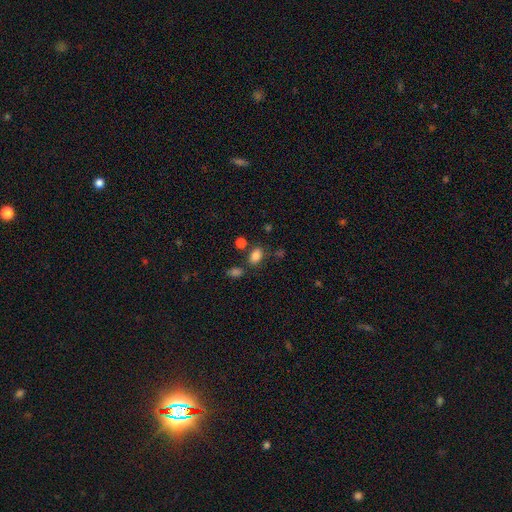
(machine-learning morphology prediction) smooth-or-featured: smooth: 83% | star or artifact: 11% | featured or disk: 5%
  how-rounded: in between: 80% | round: 18% | cigar-shaped: 1%
  merging: none: 73% | minor disturbance: 13% | merger: 10% | major disturbance: 4%